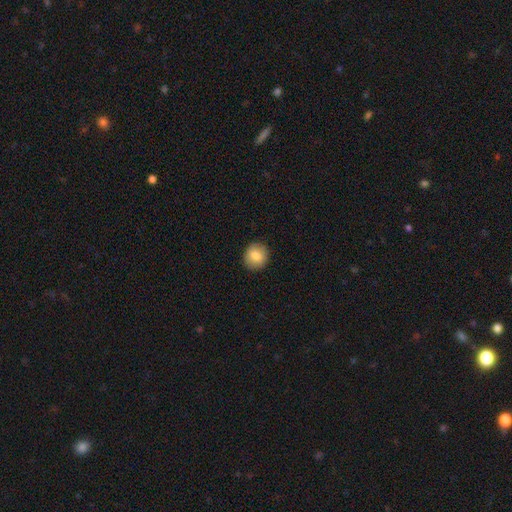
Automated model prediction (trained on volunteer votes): A smooth galaxy with no disk features (82%) that is round (89%). Merging: none (91%).